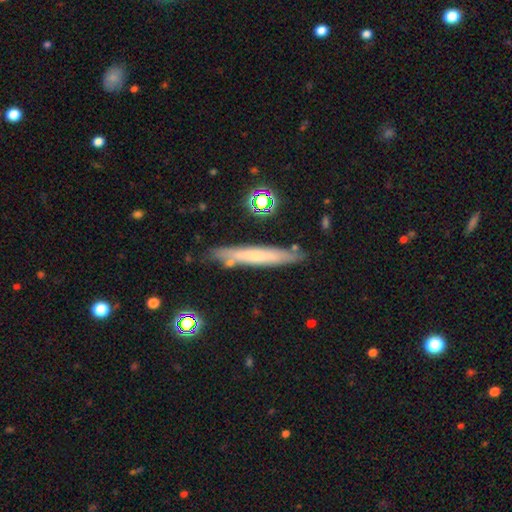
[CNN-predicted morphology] Q: Smooth or featured?
A: smooth (51%); runner-up: featured or disk (40%)
Q: How rounded?
A: cigar-shaped (94%); runner-up: in between (5%)
Q: Merging?
A: none (80%); runner-up: minor disturbance (13%)